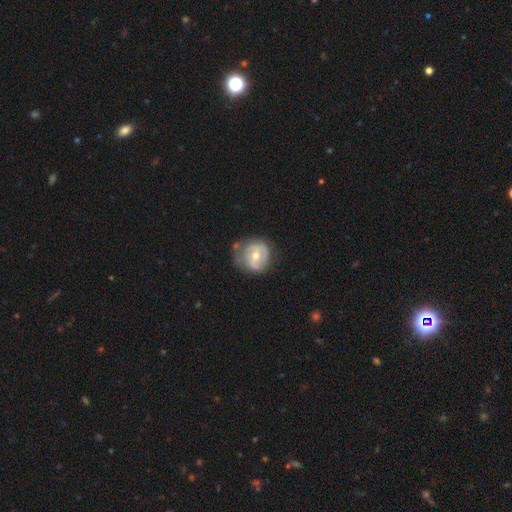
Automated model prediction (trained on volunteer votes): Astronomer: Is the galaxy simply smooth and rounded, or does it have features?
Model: featured or disk — 61%.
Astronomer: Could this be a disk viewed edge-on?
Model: no — 97%.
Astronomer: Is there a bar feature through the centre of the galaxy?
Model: no — 45% (runner-up: weak, 38%).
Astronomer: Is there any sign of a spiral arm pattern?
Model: yes — 56% (runner-up: no, 44%).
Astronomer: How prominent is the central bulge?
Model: moderate — 69%.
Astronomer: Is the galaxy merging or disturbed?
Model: none — 59%.